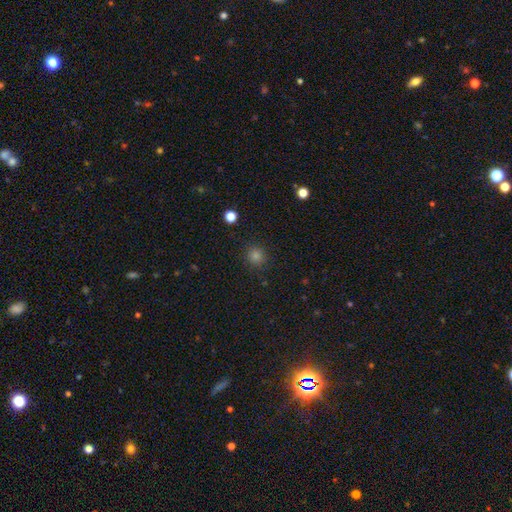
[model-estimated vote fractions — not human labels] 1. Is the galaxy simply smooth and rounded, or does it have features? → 77% smooth, 19% star or artifact, 4% featured or disk.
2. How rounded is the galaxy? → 91% round, 8% in between, 1% cigar-shaped.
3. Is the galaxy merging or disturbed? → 90% none, 6% minor disturbance, 2% major disturbance, 1% merger.